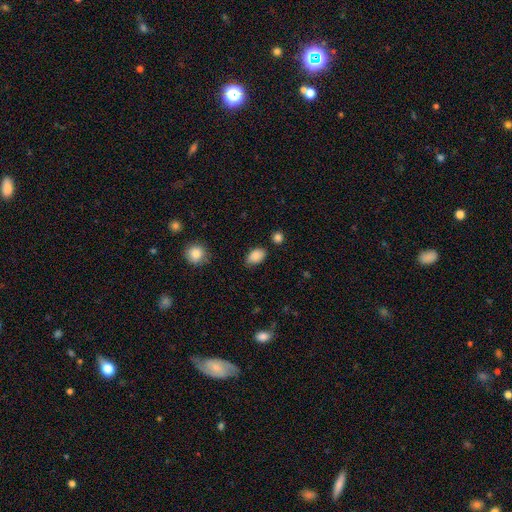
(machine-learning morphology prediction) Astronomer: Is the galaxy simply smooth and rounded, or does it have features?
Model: smooth — 86%.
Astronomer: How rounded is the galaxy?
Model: in between — 87%.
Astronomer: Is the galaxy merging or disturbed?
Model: none — 73%.